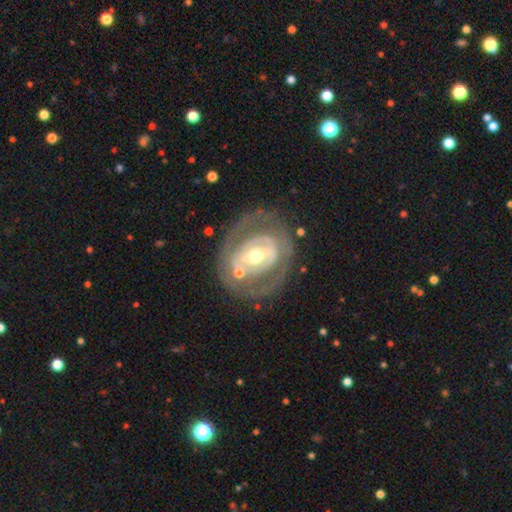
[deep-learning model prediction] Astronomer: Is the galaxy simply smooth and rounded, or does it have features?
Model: featured or disk — 77%.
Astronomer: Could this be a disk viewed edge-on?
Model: no — 95%.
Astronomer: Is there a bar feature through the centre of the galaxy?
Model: no — 39% (runner-up: weak, 31%).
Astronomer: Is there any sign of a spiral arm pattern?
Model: yes — 50%, tied with no at 50%.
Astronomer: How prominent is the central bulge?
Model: moderate — 59%.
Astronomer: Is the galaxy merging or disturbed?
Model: none — 70%.